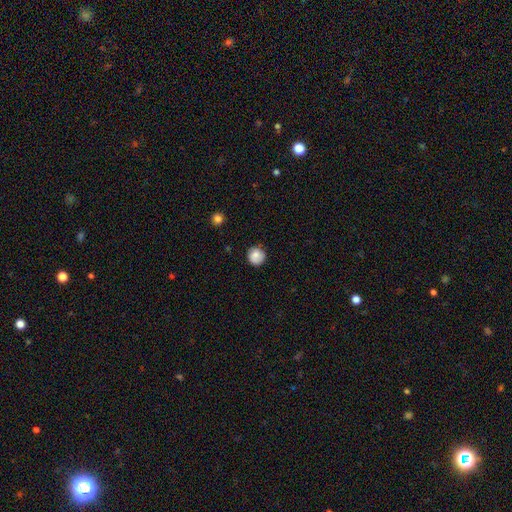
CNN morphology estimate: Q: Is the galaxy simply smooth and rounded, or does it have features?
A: smooth — 82%.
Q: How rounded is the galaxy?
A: round — 92%.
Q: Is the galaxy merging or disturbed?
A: none — 82%.